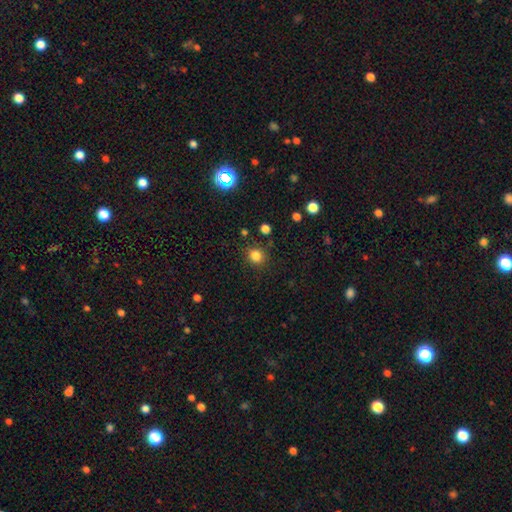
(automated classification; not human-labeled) Smooth or featured? smooth (83%)
How rounded? round (84%)
Merging? none (84%)